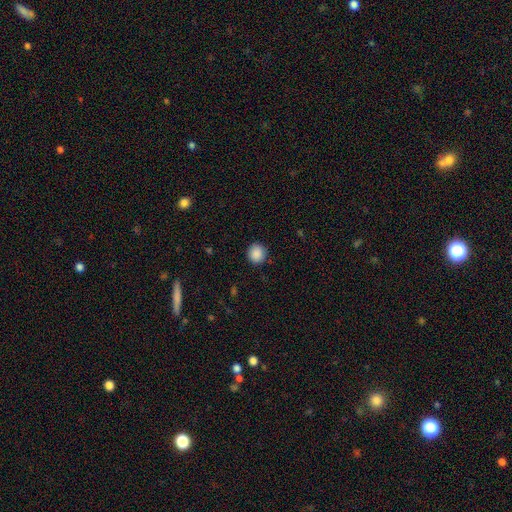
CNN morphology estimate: Q: Smooth or featured?
A: smooth (89%); runner-up: star or artifact (8%)
Q: How rounded?
A: round (90%); runner-up: in between (9%)
Q: Merging?
A: none (89%); runner-up: minor disturbance (8%)